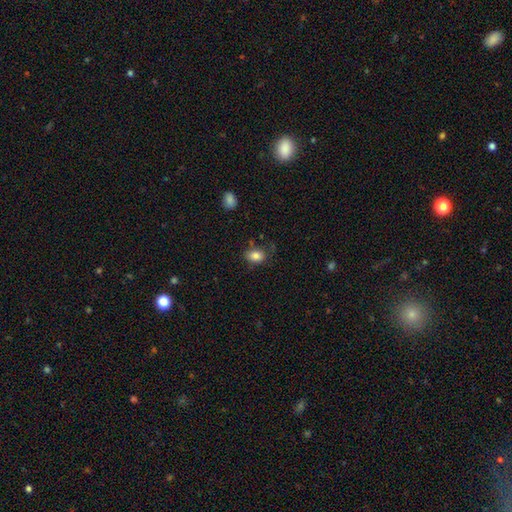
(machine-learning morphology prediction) smooth-or-featured: smooth: 83% | star or artifact: 9% | featured or disk: 7%
  how-rounded: in between: 70% | round: 29% | cigar-shaped: 1%
  merging: none: 72% | minor disturbance: 20% | major disturbance: 5% | merger: 3%